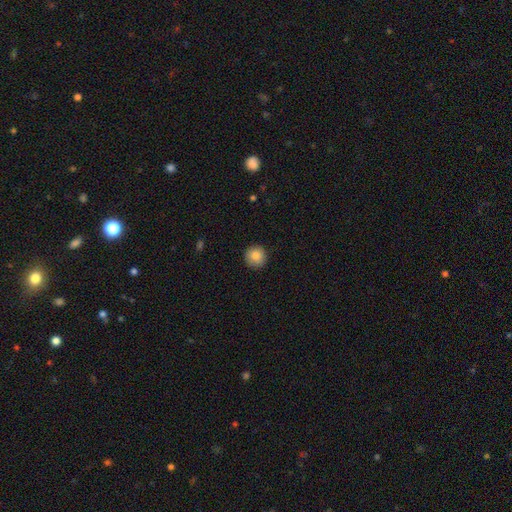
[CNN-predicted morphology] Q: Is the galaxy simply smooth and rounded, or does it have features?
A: smooth — 86%.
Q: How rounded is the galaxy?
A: round — 94%.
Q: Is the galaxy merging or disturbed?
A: none — 91%.